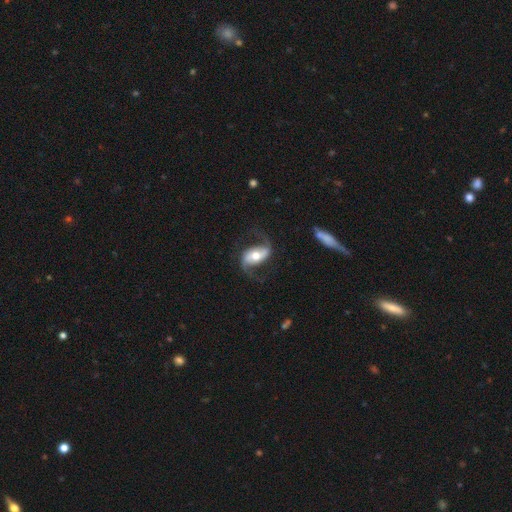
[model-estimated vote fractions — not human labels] Smooth or featured? featured or disk (84%)
Edge-on disk? no (96%)
Bar? strong (39%)
Spiral arms? yes (95%)
Spiral winding? loose (66%)
Spiral arm count? 2 (93%)
Bulge size? moderate (67%)
Merging? none (72%)